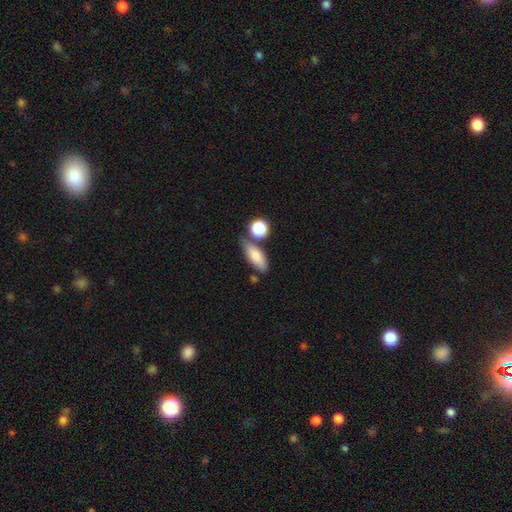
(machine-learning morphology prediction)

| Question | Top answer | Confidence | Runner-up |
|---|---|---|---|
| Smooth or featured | smooth | 79% | featured or disk (13%) |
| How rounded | in between | 73% | cigar-shaped (21%) |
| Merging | none | 64% | minor disturbance (17%) |